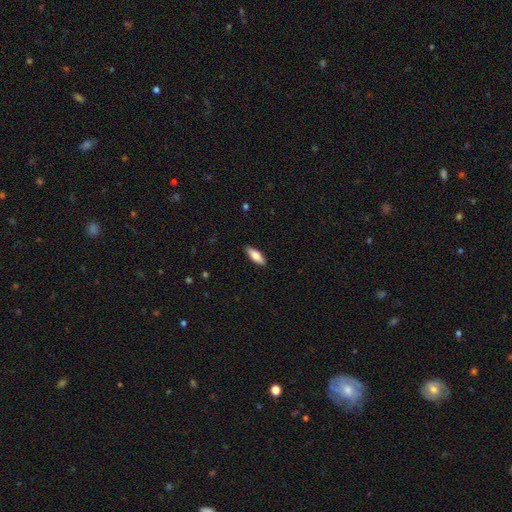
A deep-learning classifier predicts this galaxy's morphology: Q: Smooth or featured?
A: smooth (75%); runner-up: featured or disk (19%)
Q: How rounded?
A: in between (67%); runner-up: cigar-shaped (31%)
Q: Merging?
A: none (89%); runner-up: minor disturbance (9%)